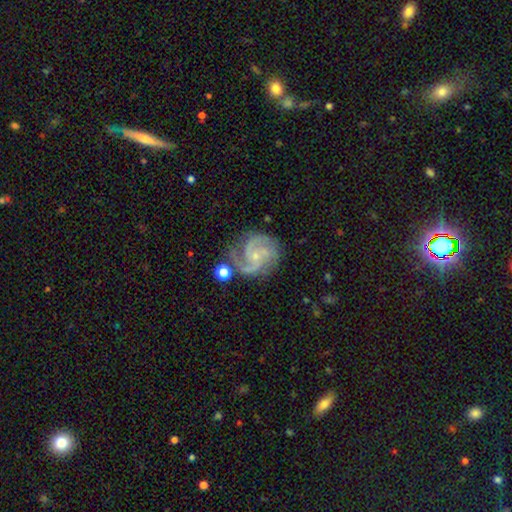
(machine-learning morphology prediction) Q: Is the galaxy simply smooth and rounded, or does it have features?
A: featured or disk — 90%.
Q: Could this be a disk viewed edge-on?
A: no — 98%.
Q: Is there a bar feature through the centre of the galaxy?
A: no — 64%.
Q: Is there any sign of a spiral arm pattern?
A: yes — 98%.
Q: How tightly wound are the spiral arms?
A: medium — 48%.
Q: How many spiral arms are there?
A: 3 — 45%.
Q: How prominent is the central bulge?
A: small — 78%.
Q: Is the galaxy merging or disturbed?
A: none — 73%.